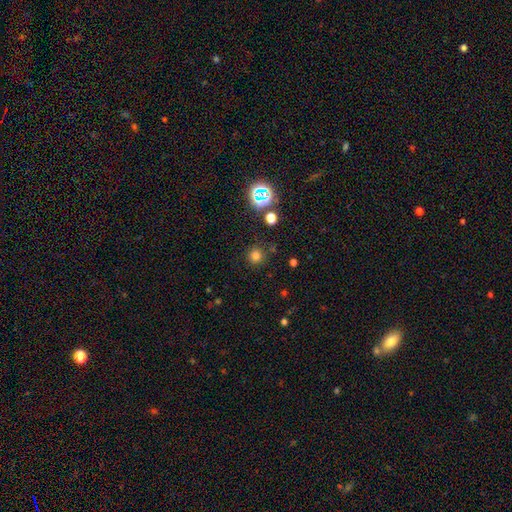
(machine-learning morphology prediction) smooth_or_featured: smooth (p=0.73) [alt: star or artifact p=0.22]
how_rounded: round (p=0.93) [alt: in between p=0.06]
merging: none (p=0.84) [alt: minor disturbance p=0.08]